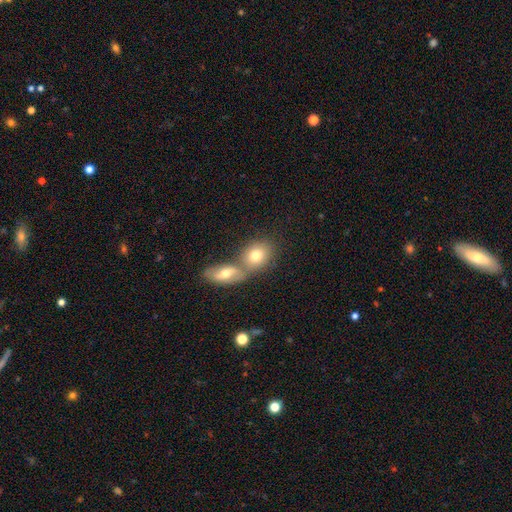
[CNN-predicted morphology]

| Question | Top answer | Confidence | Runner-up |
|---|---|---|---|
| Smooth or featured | smooth | 75% | featured or disk (16%) |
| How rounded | in between | 54% | round (44%) |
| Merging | merger | 45% | none (43%) |